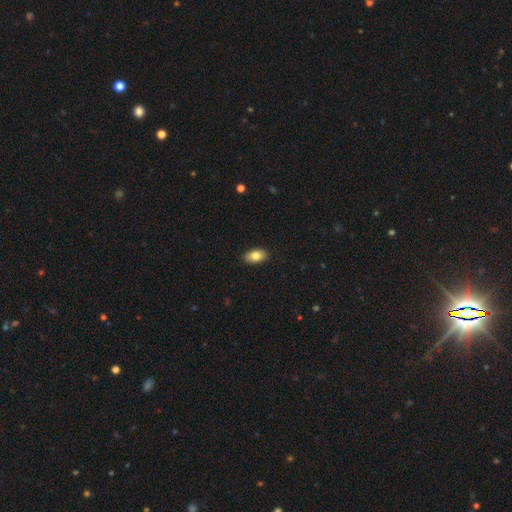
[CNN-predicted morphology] Smooth or featured?
  - smooth: 81% *
  - featured or disk: 12%
  - star or artifact: 7%
How rounded?
  - in between: 93% *
  - round: 5%
  - cigar-shaped: 2%
Merging?
  - none: 90% *
  - minor disturbance: 7%
  - major disturbance: 2%
  - merger: 1%